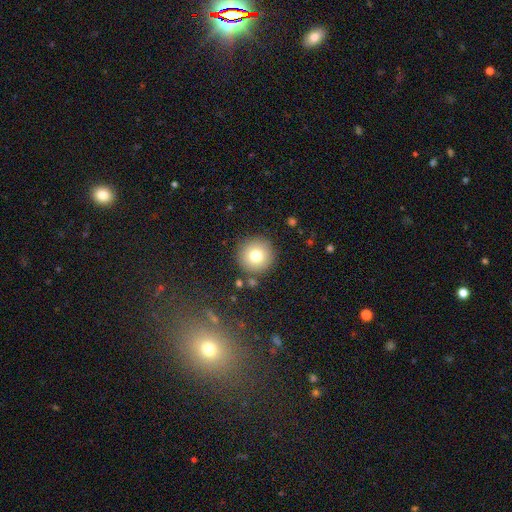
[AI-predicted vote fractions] smooth 76%, featured or disk 12%, star or artifact 12%. Down the decision tree: how rounded — round (95%); merging — none (87%).